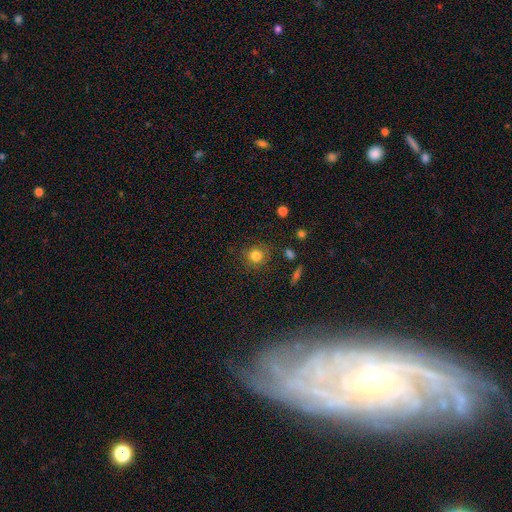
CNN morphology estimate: Q: Smooth or featured?
A: smooth (82%); runner-up: star or artifact (12%)
Q: How rounded?
A: round (88%); runner-up: in between (11%)
Q: Merging?
A: none (81%); runner-up: minor disturbance (12%)